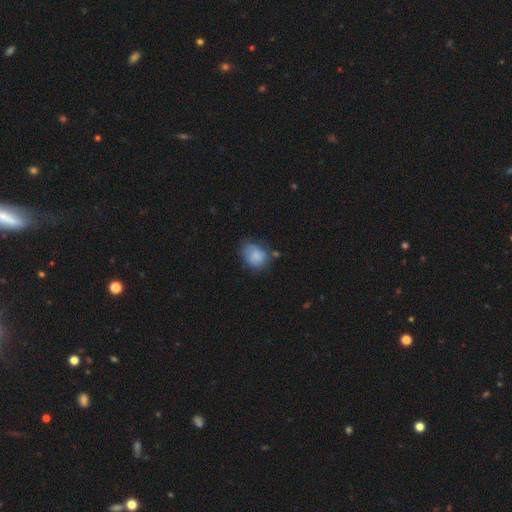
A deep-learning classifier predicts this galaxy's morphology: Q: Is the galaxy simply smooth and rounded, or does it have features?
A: smooth — 83%.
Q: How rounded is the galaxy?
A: in between — 58%.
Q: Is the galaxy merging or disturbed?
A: none — 51%.